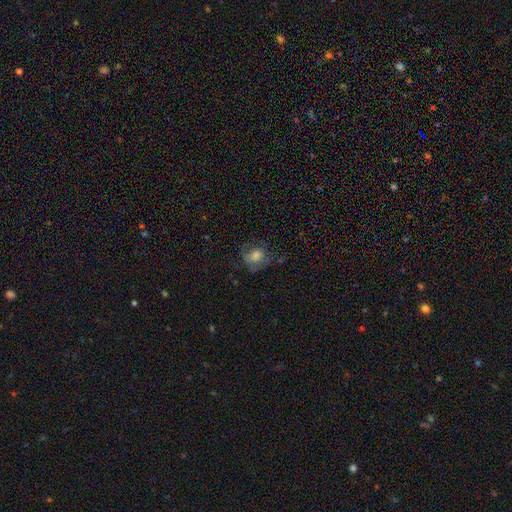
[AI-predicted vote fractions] smooth-or-featured: smooth: 56% | featured or disk: 27% | star or artifact: 17%
  how-rounded: round: 63% | in between: 36% | cigar-shaped: 1%
  merging: none: 57% | minor disturbance: 23% | major disturbance: 19% | merger: 2%